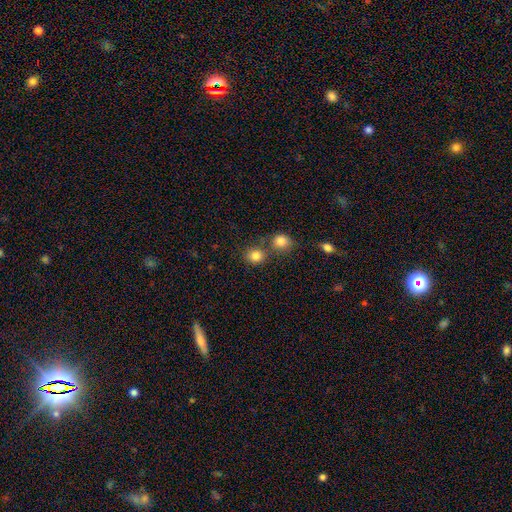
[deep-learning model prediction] This is clearly a smooth galaxy (83%). How rounded: likely round (80%). Merging: possibly none (59%).